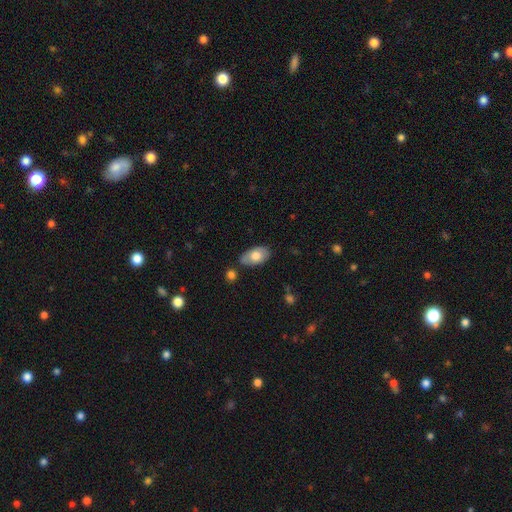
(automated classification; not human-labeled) This is likely a smooth galaxy (74%). How rounded: clearly in between (94%). Merging: likely none (75%).